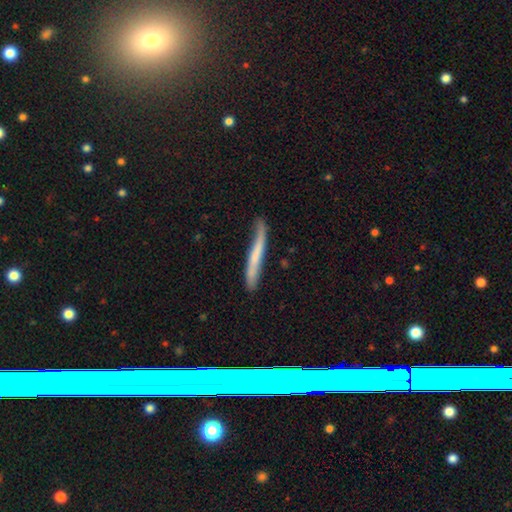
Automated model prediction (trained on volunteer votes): Overall: smooth (52%; featured or disk 41%). How rounded: cigar-shaped (96%). Merging: none (63%; minor disturbance 27%).